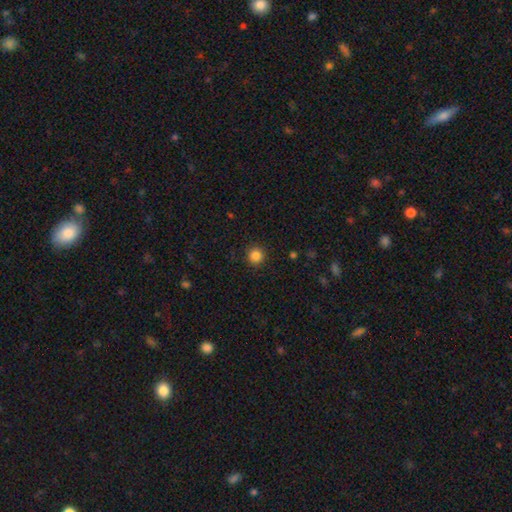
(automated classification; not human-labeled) smooth_or_featured: smooth (p=0.85) [alt: star or artifact p=0.12]
how_rounded: round (p=0.94) [alt: in between p=0.05]
merging: none (p=0.91) [alt: minor disturbance p=0.06]